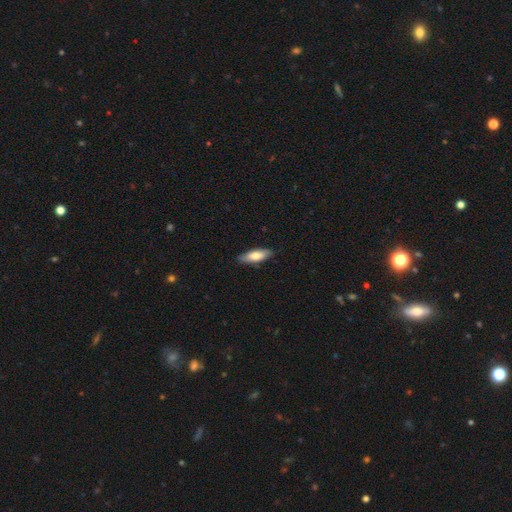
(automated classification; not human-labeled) Q: Smooth or featured?
A: smooth (74%); runner-up: featured or disk (20%)
Q: How rounded?
A: in between (62%); runner-up: cigar-shaped (36%)
Q: Merging?
A: none (84%); runner-up: minor disturbance (13%)